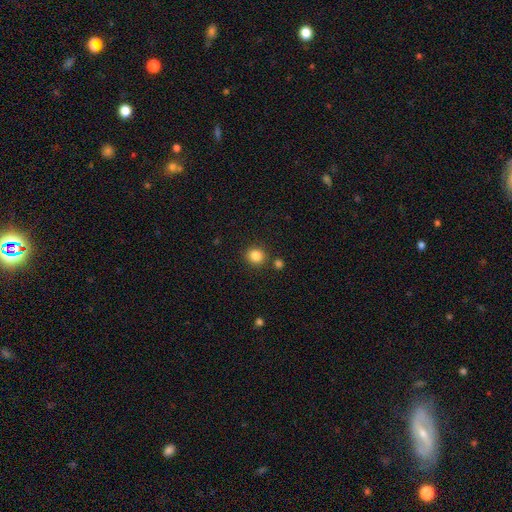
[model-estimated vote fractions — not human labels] A smooth galaxy with no disk features (85%) that is round (89%). Merging: none (85%).